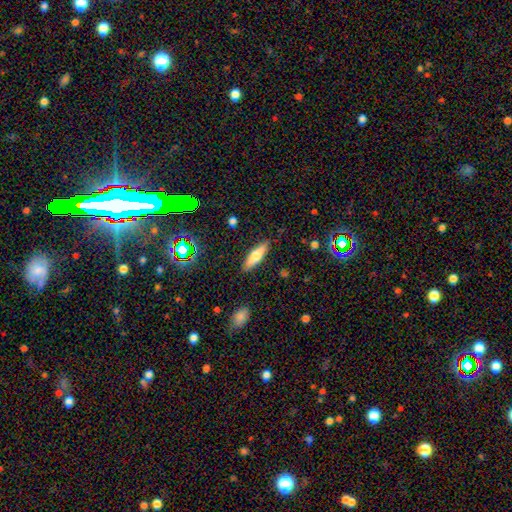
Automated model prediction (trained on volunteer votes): smooth 63%, featured or disk 29%, star or artifact 7%. Down the decision tree: how rounded — cigar-shaped (59%); merging — none (87%).